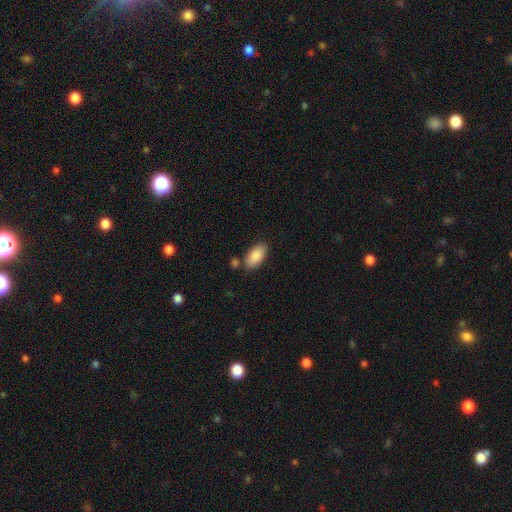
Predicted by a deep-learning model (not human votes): This is clearly a smooth galaxy (88%). How rounded: clearly in between (94%). Merging: likely none (75%).